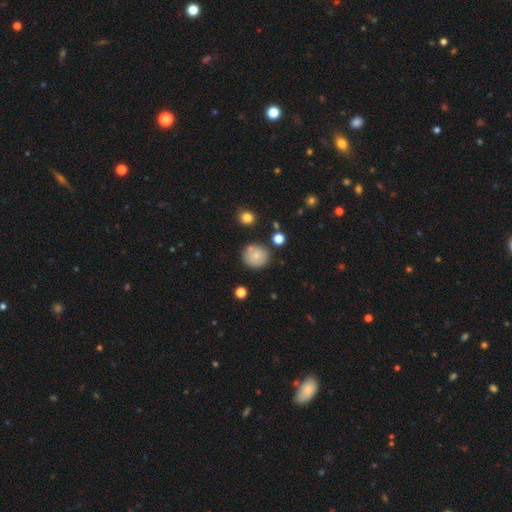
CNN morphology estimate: Smooth or featured: smooth — 77% (featured or disk — 13%)
How rounded: round — 89% (in between — 10%)
Merging: none — 79% (minor disturbance — 11%)